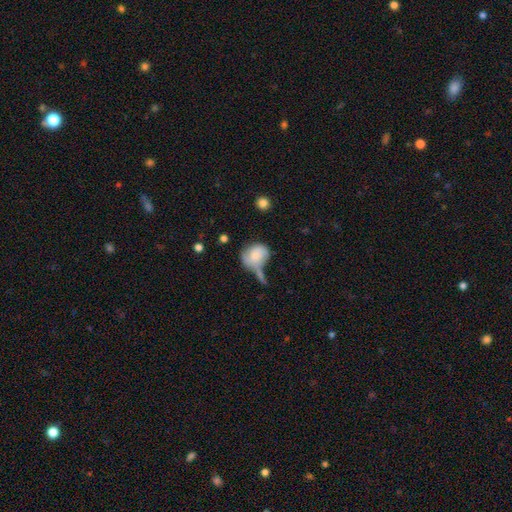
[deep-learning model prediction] This appears to be a smooth galaxy with no disk features (69%) that is round (62%). Merging: none (29%).